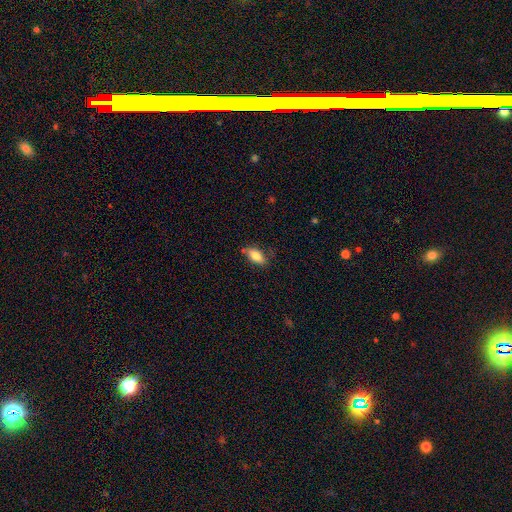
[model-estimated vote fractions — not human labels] Smooth or featured?
  - smooth: 79% *
  - featured or disk: 13%
  - star or artifact: 7%
How rounded?
  - in between: 84% *
  - cigar-shaped: 12%
  - round: 4%
Merging?
  - none: 71% *
  - minor disturbance: 21%
  - major disturbance: 5%
  - merger: 3%